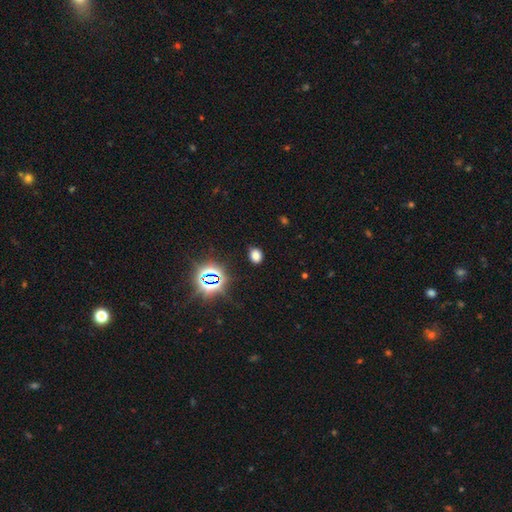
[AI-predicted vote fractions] Smooth or featured? smooth (68%)
How rounded? in between (66%)
Merging? none (84%)